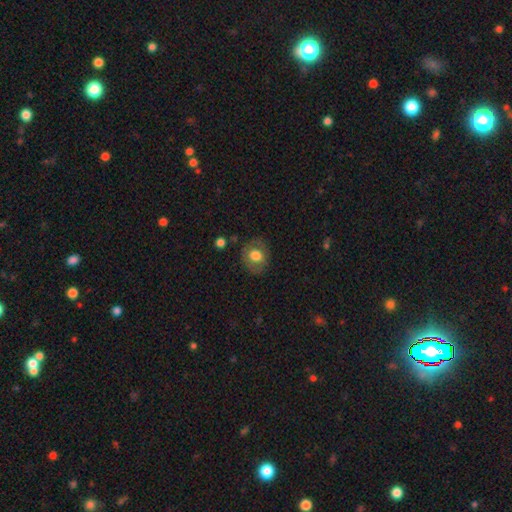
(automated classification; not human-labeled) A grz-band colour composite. It shows a smooth galaxy with no disk features (67%) that is round (69%). Merging: none (80%).